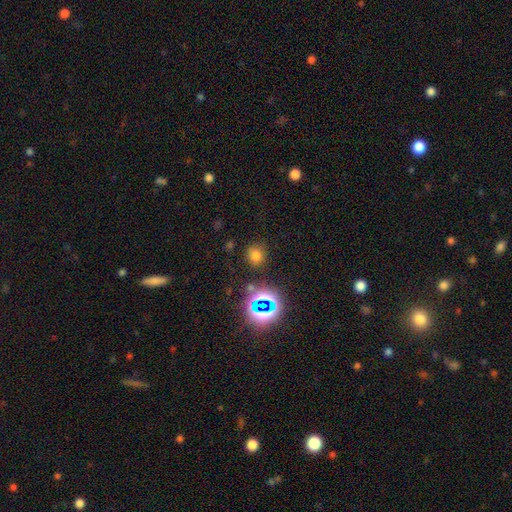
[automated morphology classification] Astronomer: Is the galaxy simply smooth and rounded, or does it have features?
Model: smooth — 66%.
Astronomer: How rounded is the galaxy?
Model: round — 75%.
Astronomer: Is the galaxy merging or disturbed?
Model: none — 82%.